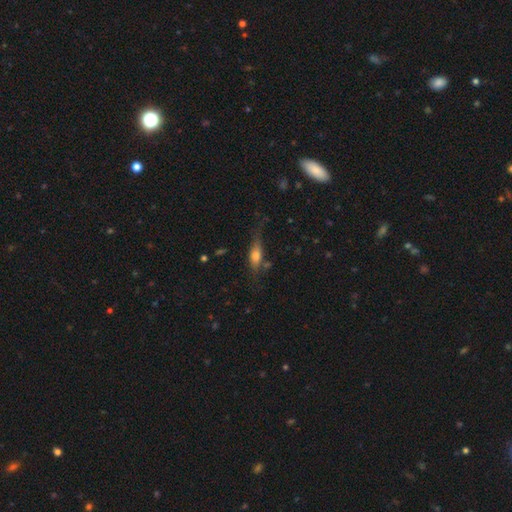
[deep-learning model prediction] Morphology: type=smooth (61%); roundness=in between (61%); merging=none (56%).